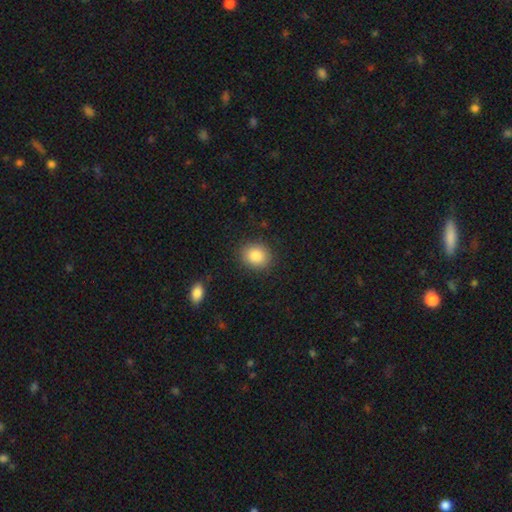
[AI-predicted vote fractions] Smooth or featured: smooth — 86% (star or artifact — 9%)
How rounded: round — 67% (in between — 32%)
Merging: none — 87% (minor disturbance — 9%)